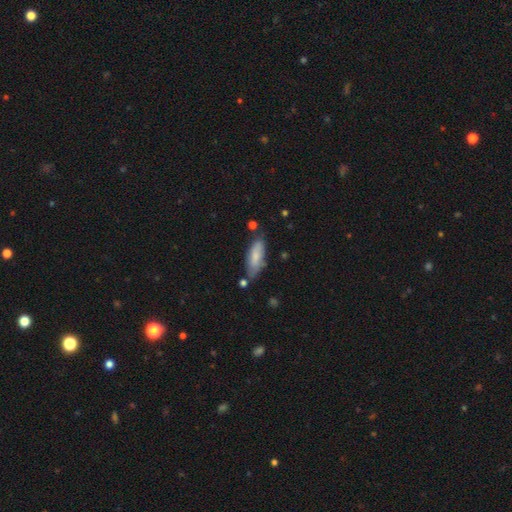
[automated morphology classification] The model was most divided on "how rounded": in between: 66%, cigar-shaped: 32%, round: 2%. More confident: smooth or featured — smooth (77%); merging — none (67%).